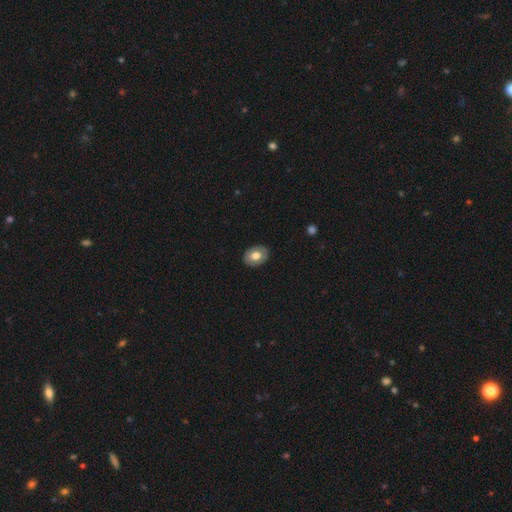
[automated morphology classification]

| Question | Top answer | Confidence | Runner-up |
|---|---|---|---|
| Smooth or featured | smooth | 63% | featured or disk (30%) |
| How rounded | in between | 70% | round (30%) |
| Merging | none | 86% | minor disturbance (10%) |